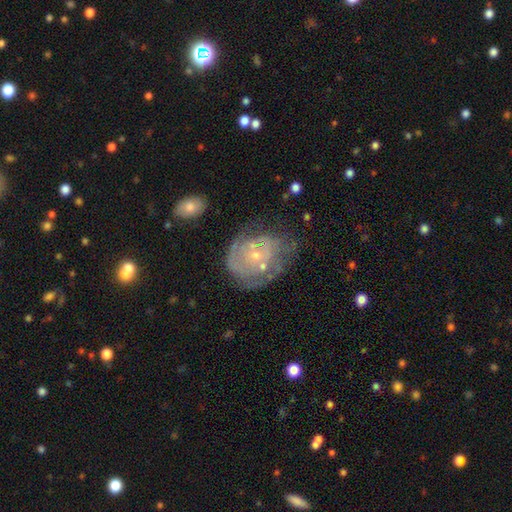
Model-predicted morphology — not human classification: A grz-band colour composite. It shows a featured or disk galaxy (74%) with no bar (78%), tight (65%) spiral arms (73%) and a small central bulge (77%). Merging: none (50%).